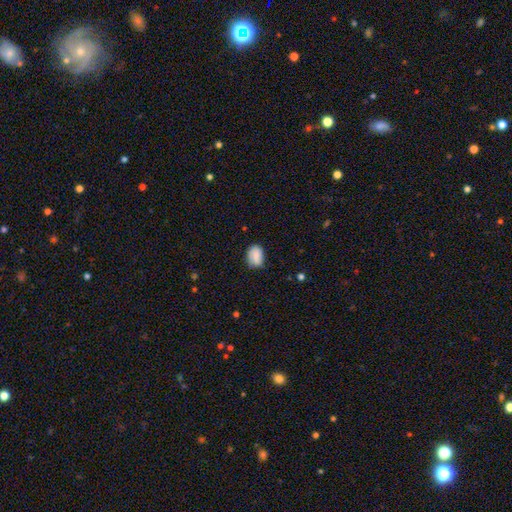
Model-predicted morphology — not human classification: This appears to be a smooth galaxy with no disk features (82%) that is in between round and cigar-shaped (75%). Merging: none (67%).